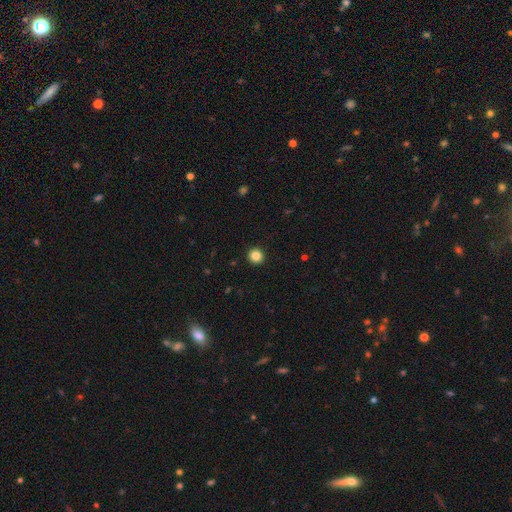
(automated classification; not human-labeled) Smooth or featured? smooth (86%)
How rounded? round (93%)
Merging? none (93%)